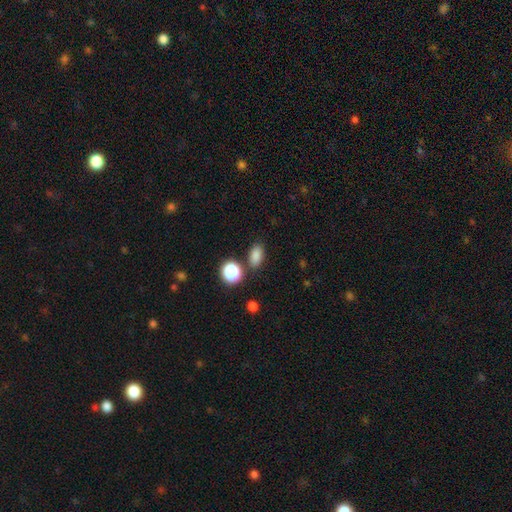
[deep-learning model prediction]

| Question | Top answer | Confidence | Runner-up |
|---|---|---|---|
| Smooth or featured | smooth | 83% | star or artifact (13%) |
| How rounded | in between | 81% | round (16%) |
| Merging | none | 80% | minor disturbance (10%) |